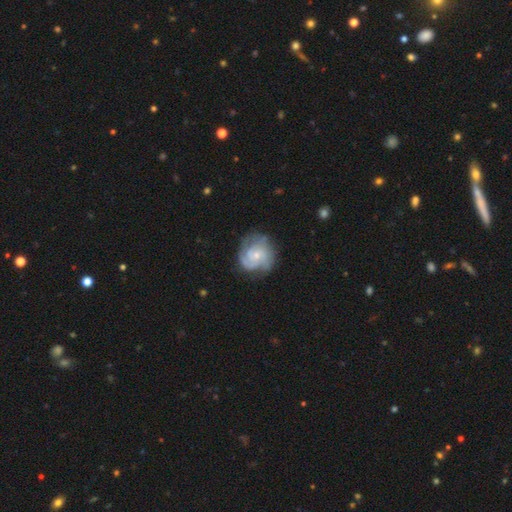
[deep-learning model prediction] Smooth or featured?
  - featured or disk: 81% *
  - smooth: 14%
  - star or artifact: 5%
Edge-on disk?
  - no: 98% *
  - yes: 2%
Bar?
  - no: 72% *
  - weak: 24%
  - strong: 3%
Spiral arms?
  - yes: 95% *
  - no: 5%
Spiral winding?
  - tight: 59% *
  - medium: 33%
  - loose: 8%
Spiral arm count?
  - 3: 33% *
  - 2: 25%
  - can't tell: 23%
  - 4: 9%
  - 1: 5%
  - more than 4: 5%
Bulge size?
  - small: 63% *
  - moderate: 32%
  - none: 3%
  - large: 2%
  - dominant: 1%
Merging?
  - none: 70% *
  - minor disturbance: 20%
  - major disturbance: 8%
  - merger: 1%